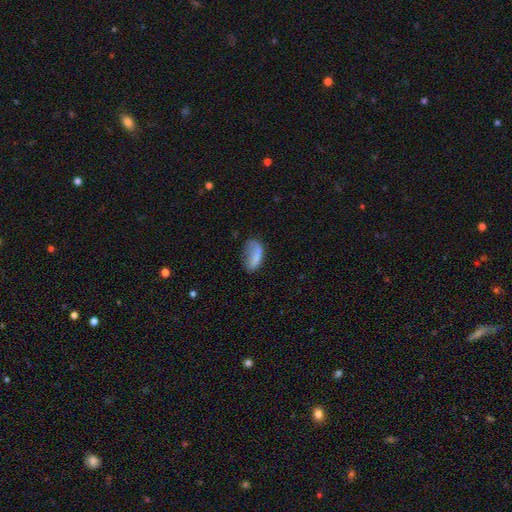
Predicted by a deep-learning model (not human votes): Overall: smooth (73%). How rounded: in between (89%). Merging: none (36%; minor disturbance 31%).